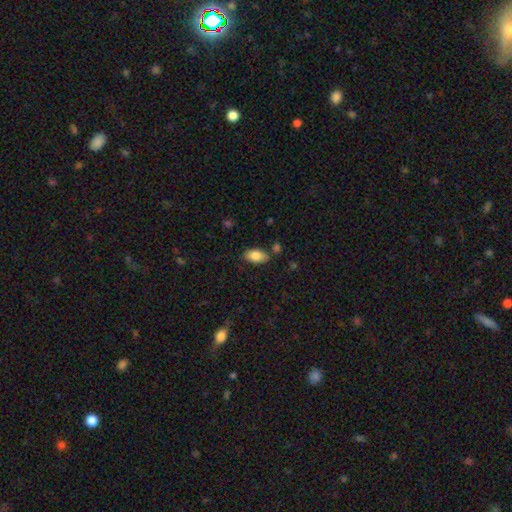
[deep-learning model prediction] The model was most divided on "merging": none: 76%, minor disturbance: 14%, merger: 6%, major disturbance: 3%. More confident: how rounded — in between (93%); smooth or featured — smooth (85%).